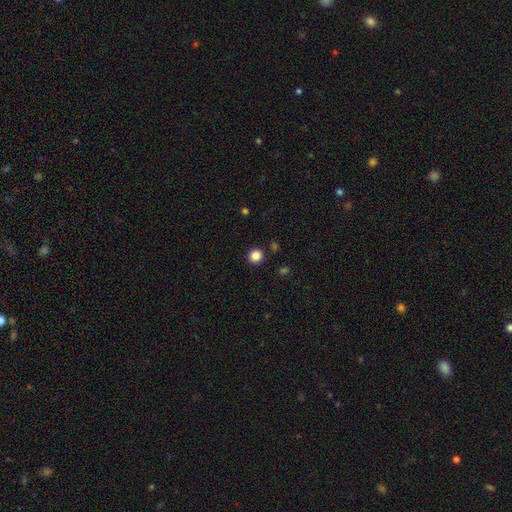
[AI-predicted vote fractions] smooth_or_featured: smooth (p=0.86) [alt: star or artifact p=0.11]
how_rounded: round (p=0.94) [alt: in between p=0.06]
merging: none (p=0.91) [alt: minor disturbance p=0.05]